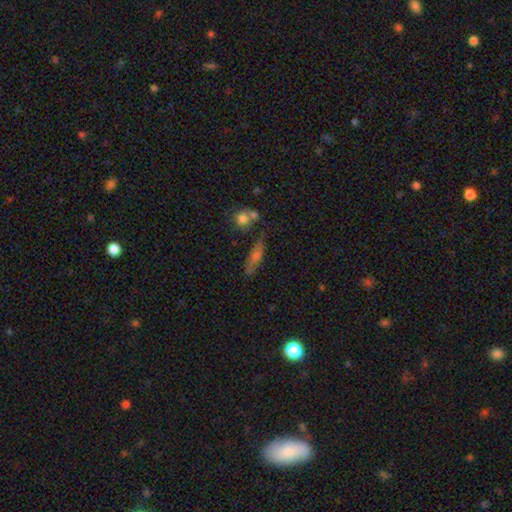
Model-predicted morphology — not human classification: Q: Smooth or featured?
A: smooth (46%); runner-up: featured or disk (42%)
Q: Merging?
A: none (68%); runner-up: minor disturbance (17%)